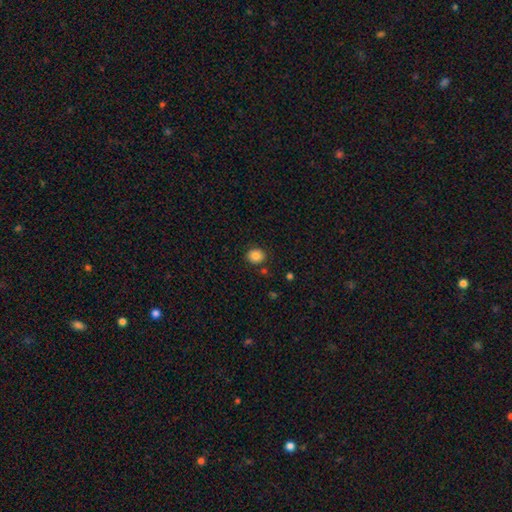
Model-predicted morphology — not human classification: smooth 86%, star or artifact 10%, featured or disk 4%. Down the decision tree: how rounded — round (74%); merging — none (86%).